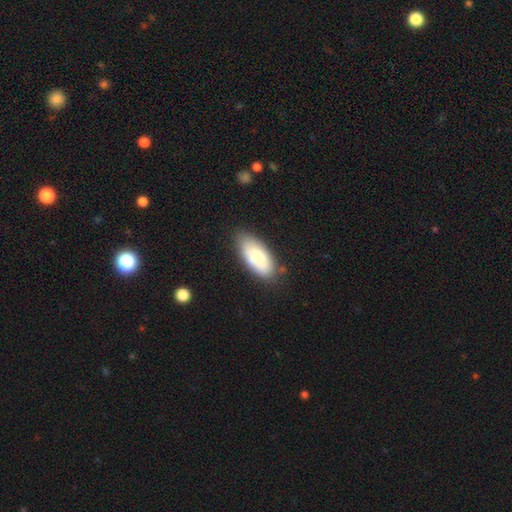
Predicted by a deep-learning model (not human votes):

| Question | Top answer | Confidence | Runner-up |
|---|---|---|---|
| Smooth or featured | smooth | 77% | featured or disk (17%) |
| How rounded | in between | 89% | cigar-shaped (9%) |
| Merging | none | 76% | minor disturbance (18%) |